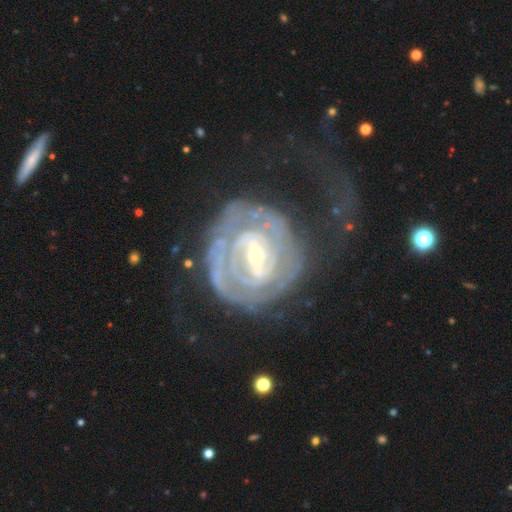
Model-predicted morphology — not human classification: The model was most divided on "merging": none: 44%, major disturbance: 35%, minor disturbance: 18%, merger: 3%. Remaining: edge-on disk — no (97%); spiral arms — yes (86%); smooth or featured — featured or disk (84%); spiral winding — tight (70%); bulge size — small (62%); bar — weak (49%); spiral arm count — can't tell (42%).